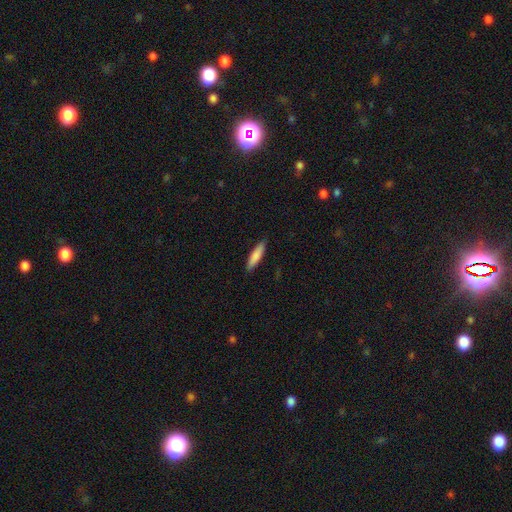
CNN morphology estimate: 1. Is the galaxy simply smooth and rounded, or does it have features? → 82% smooth, 12% featured or disk, 5% star or artifact.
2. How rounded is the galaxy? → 76% cigar-shaped, 23% in between, 1% round.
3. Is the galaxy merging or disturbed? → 89% none, 8% minor disturbance, 2% major disturbance, 1% merger.